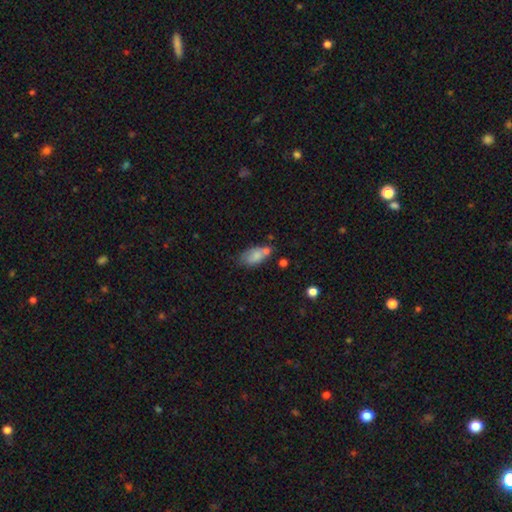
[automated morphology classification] smooth_or_featured: smooth (p=0.78) [alt: featured or disk p=0.13]
how_rounded: in between (p=0.89) [alt: round p=0.07]
merging: none (p=0.44) [alt: minor disturbance p=0.25]